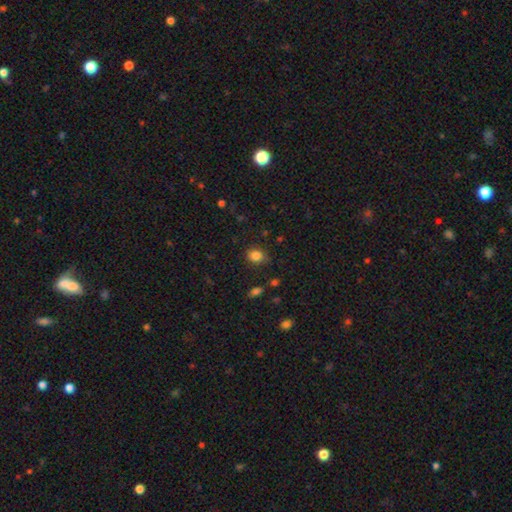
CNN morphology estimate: A smooth galaxy with no disk features (84%) that is round (57%).

Vote fractions:
- Smooth or featured? smooth: 84% / star or artifact: 12% / featured or disk: 5%
- How rounded? round: 57% / in between: 42% / cigar-shaped: 1%
- Merging? none: 80% / minor disturbance: 14% / major disturbance: 4% / merger: 2%